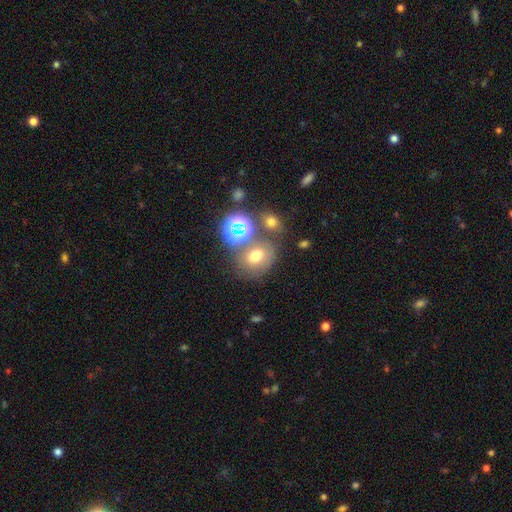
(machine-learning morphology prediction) A smooth galaxy with no disk features (63%) that is round (51%).

Vote fractions:
- Smooth or featured? smooth: 63% / star or artifact: 22% / featured or disk: 15%
- How rounded? round: 51% / in between: 48% / cigar-shaped: 1%
- Merging? none: 58% / merger: 21% / minor disturbance: 14% / major disturbance: 7%